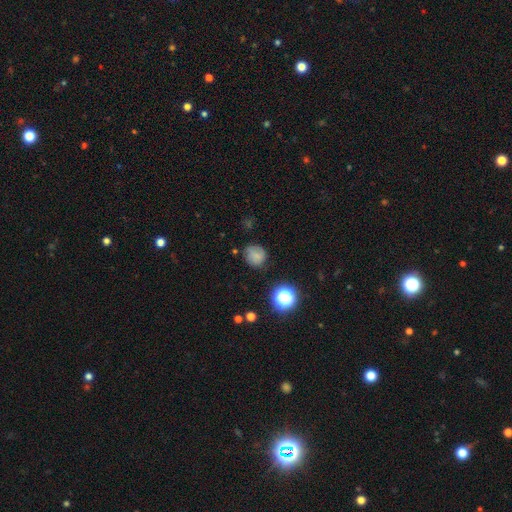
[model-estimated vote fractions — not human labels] A smooth galaxy with no disk features (74%) that is round (85%).

Vote fractions:
- Smooth or featured? smooth: 74% / star or artifact: 15% / featured or disk: 11%
- How rounded? round: 85% / in between: 14% / cigar-shaped: 1%
- Merging? none: 73% / minor disturbance: 19% / major disturbance: 6% / merger: 2%